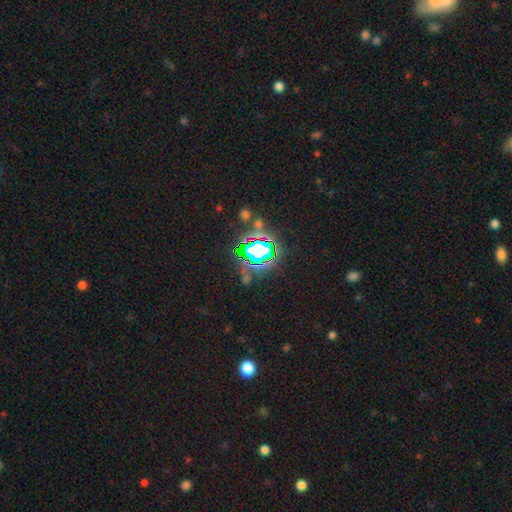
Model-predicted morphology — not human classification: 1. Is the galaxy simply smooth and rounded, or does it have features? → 83% star or artifact, 11% smooth, 7% featured or disk.